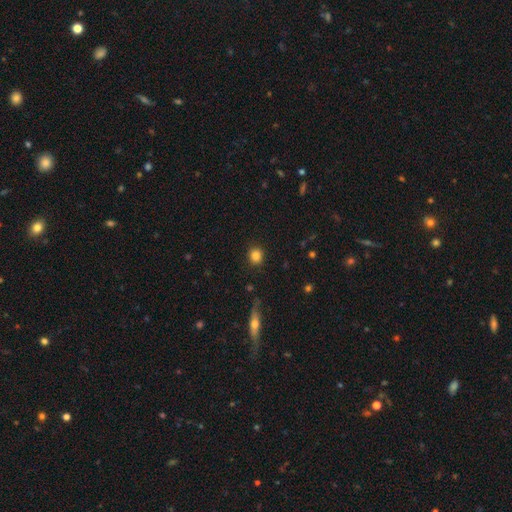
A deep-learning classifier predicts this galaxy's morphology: A smooth galaxy with no disk features (85%) that is round (84%). Merging: none (89%).